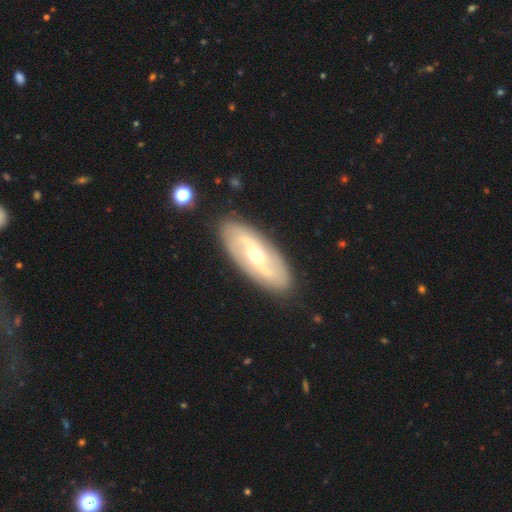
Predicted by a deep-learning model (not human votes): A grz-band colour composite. It shows a featured or disk galaxy (74%) with a weak bar (41%), spiral arms (76%) and a moderate central bulge (67%). Merging: none (86%).